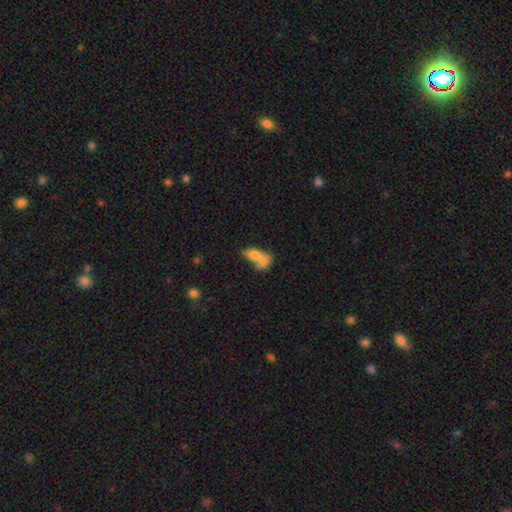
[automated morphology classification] Smooth or featured? smooth (74%)
How rounded? in between (81%)
Merging? merger (65%)